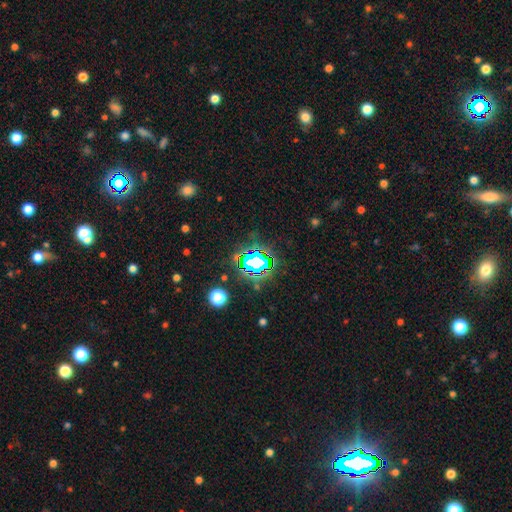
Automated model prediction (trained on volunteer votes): This is likely a star or artifact rather than a galaxy (69%).